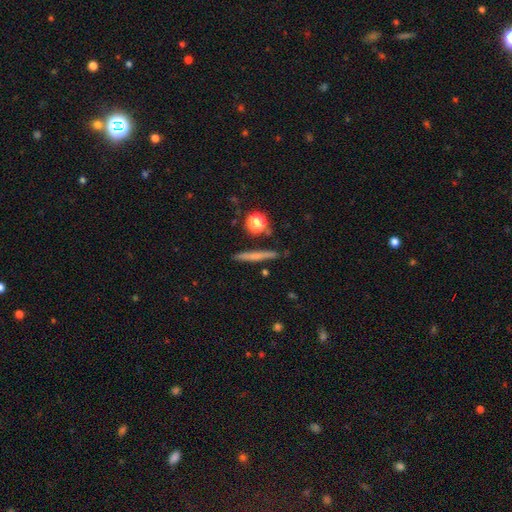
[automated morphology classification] Smooth or featured? smooth (55%)
How rounded? cigar-shaped (89%)
Merging? none (87%)